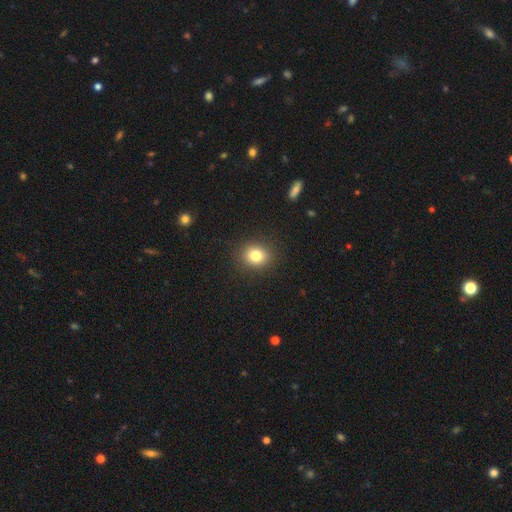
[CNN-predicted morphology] This appears to be a smooth galaxy with no disk features (81%) that is round (67%). Merging: none (89%).